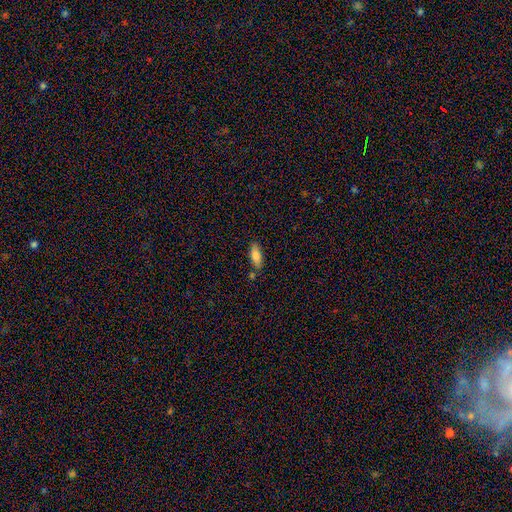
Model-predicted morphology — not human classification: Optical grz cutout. It shows a smooth galaxy with no disk features (81%) that is in between round and cigar-shaped (74%). Merging: none (73%).